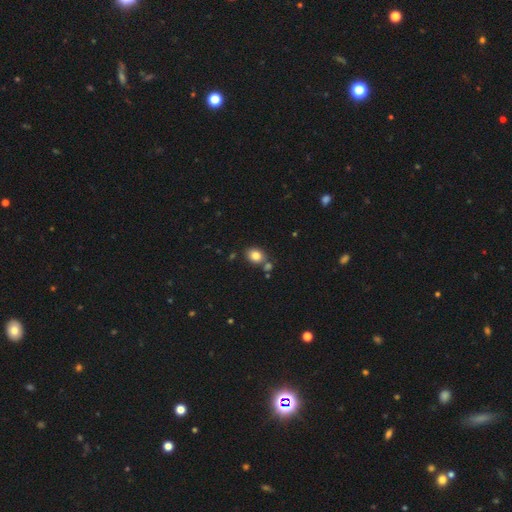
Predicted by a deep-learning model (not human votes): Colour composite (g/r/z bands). It shows a smooth galaxy with no disk features (82%) that is round (50%). Merging: none (70%).